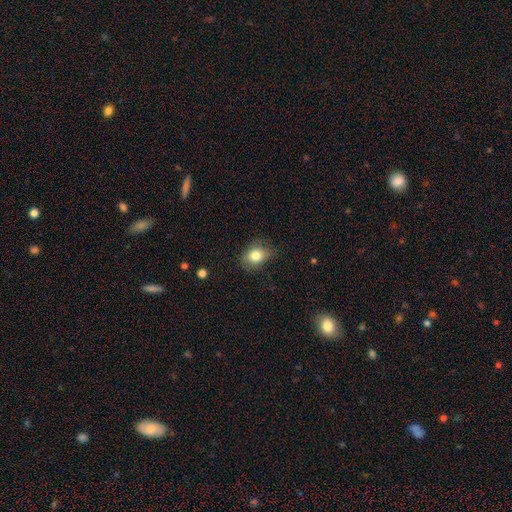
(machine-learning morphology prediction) The model was most divided on "how rounded": in between: 54%, round: 45%, cigar-shaped: 1%. More confident: smooth or featured — smooth (81%); merging — none (71%).